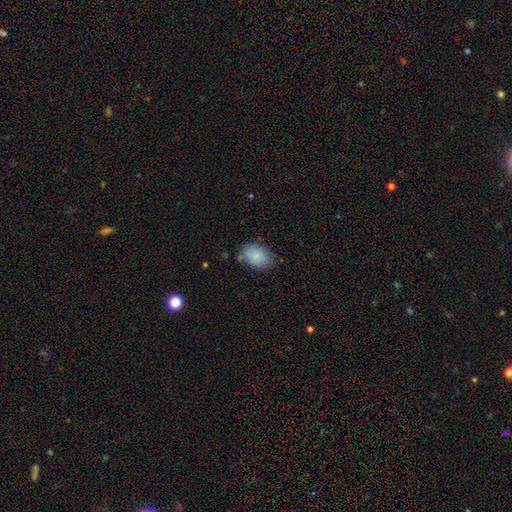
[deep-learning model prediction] Morphology: type=smooth (86%); roundness=in between (83%); merging=none (71%).